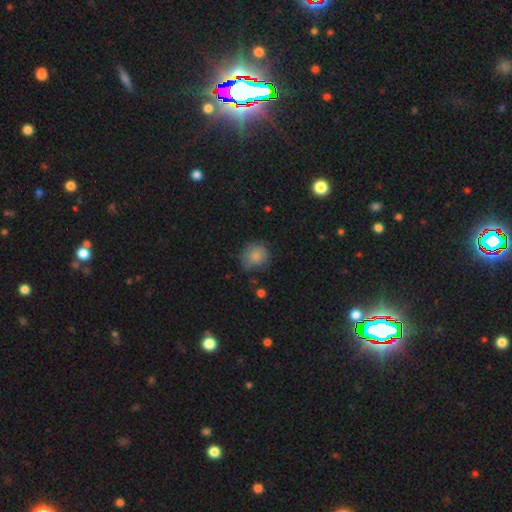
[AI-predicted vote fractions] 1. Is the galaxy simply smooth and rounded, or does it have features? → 82% smooth, 9% star or artifact, 9% featured or disk.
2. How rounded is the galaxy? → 80% round, 19% in between, 1% cigar-shaped.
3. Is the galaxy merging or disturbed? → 63% none, 27% minor disturbance, 7% major disturbance, 2% merger.